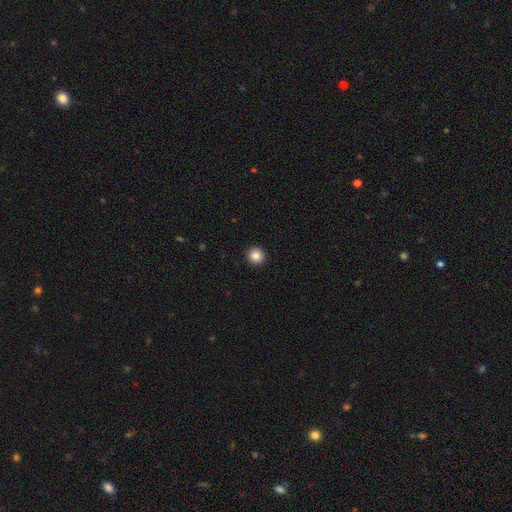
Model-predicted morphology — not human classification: This is clearly a smooth galaxy (85%). How rounded: clearly round (94%). Merging: clearly none (94%).